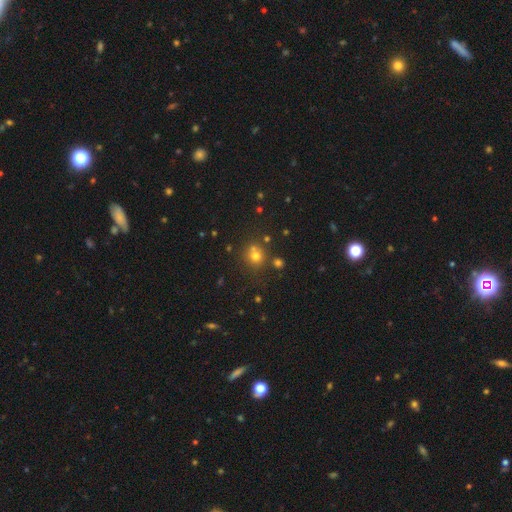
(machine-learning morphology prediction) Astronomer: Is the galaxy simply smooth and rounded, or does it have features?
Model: smooth — 69%.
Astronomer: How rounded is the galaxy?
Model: round — 87%.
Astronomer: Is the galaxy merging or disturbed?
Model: none — 66%.